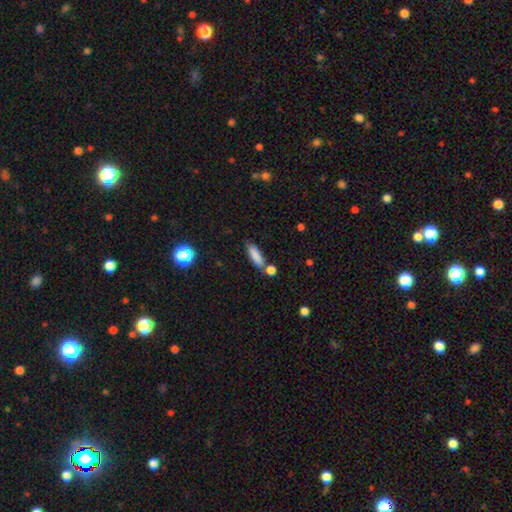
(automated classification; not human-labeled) Morphology: type=smooth (83%); roundness=cigar-shaped (52%); merging=none (67%).